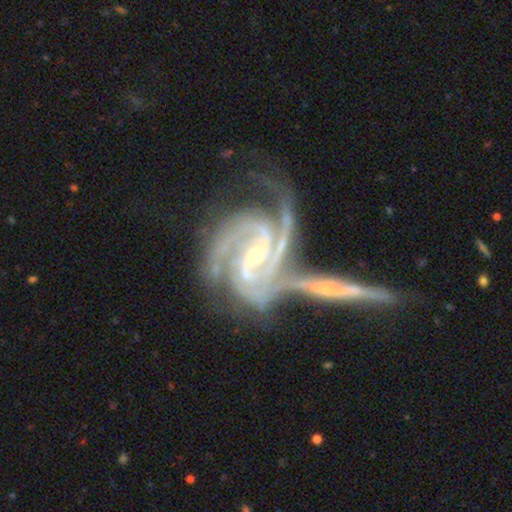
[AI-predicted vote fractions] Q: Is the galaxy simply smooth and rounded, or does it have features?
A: featured or disk — 94%.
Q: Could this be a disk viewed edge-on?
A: no — 97%.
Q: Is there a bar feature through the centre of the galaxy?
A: weak — 39%.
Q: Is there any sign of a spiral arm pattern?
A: yes — 99%.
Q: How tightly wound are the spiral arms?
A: tight — 56%.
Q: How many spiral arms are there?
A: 3 — 42%.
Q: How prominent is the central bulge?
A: small — 56%.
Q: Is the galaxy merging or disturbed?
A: merger — 38%.